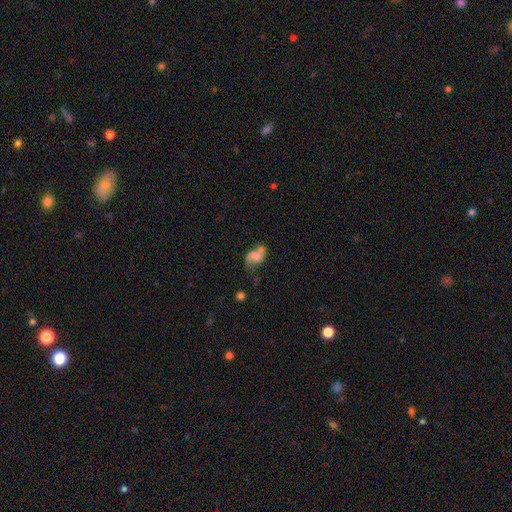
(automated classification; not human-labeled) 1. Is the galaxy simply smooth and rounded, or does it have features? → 45% smooth, 44% featured or disk, 11% star or artifact.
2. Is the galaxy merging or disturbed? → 34% none, 24% minor disturbance, 23% merger, 19% major disturbance.